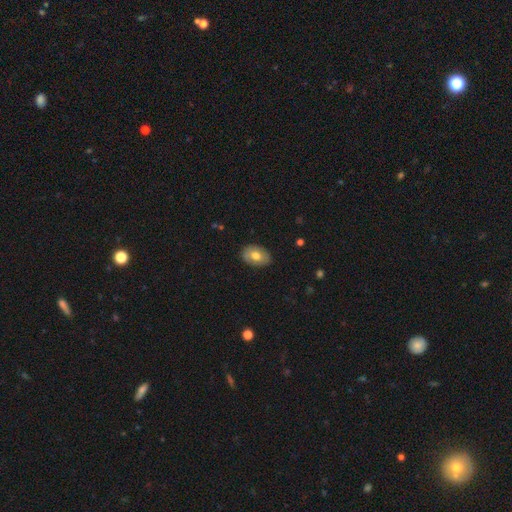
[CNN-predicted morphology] The model was most divided on "smooth or featured": smooth: 69%, featured or disk: 25%, star or artifact: 7%. More confident: merging — none (85%); how rounded — in between (84%).